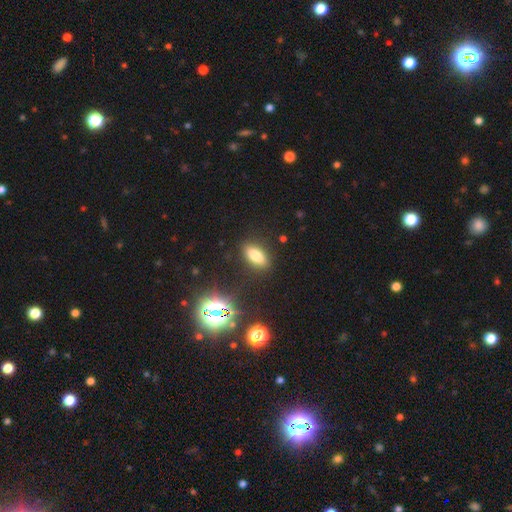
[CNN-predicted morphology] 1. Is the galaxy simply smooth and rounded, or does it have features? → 73% smooth, 16% star or artifact, 11% featured or disk.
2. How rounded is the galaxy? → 80% in between, 14% cigar-shaped, 5% round.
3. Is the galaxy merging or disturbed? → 88% none, 8% minor disturbance, 3% major disturbance, 1% merger.